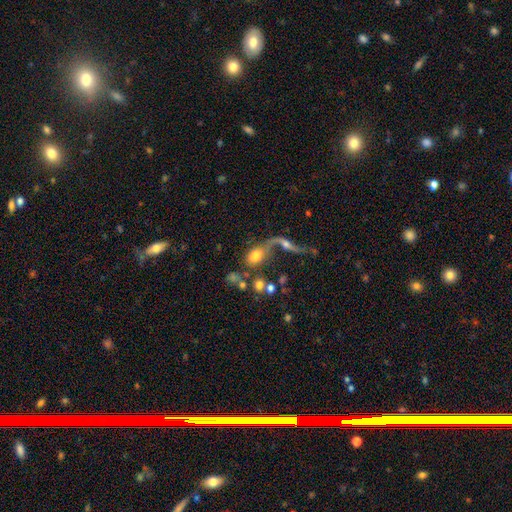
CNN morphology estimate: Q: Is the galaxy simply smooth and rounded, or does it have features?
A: smooth — 64%.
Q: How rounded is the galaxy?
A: in between — 79%.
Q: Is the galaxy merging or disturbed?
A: merger — 46%.